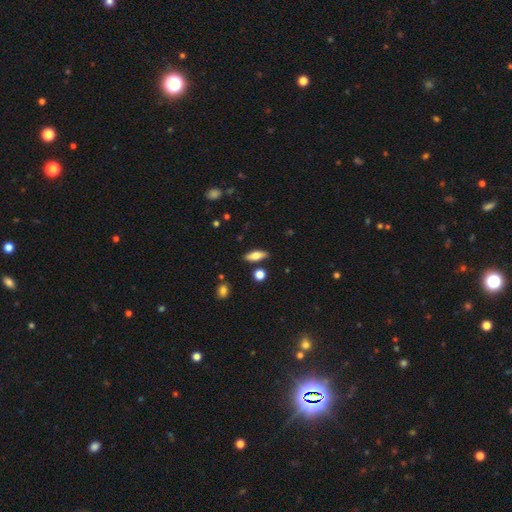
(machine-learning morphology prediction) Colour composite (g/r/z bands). It shows a smooth galaxy with no disk features (76%) that is in between round and cigar-shaped (66%). Merging: none (82%).